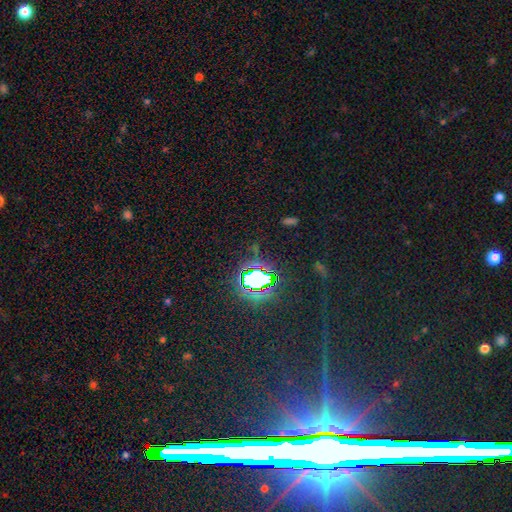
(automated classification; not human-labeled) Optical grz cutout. It shows a star or artifact, not a galaxy (82%).